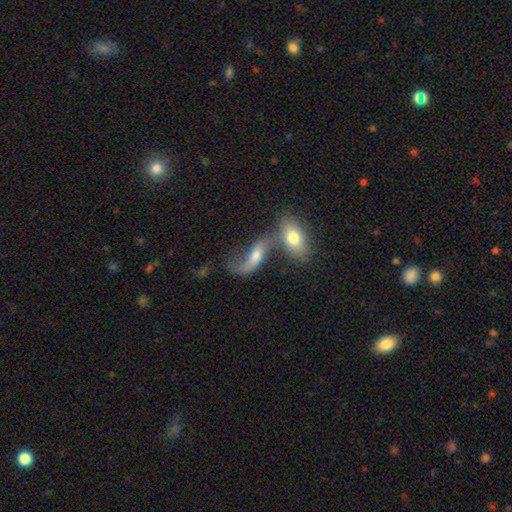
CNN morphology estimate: This appears to be a featured or disk galaxy (53%). Merging: merger (53%).